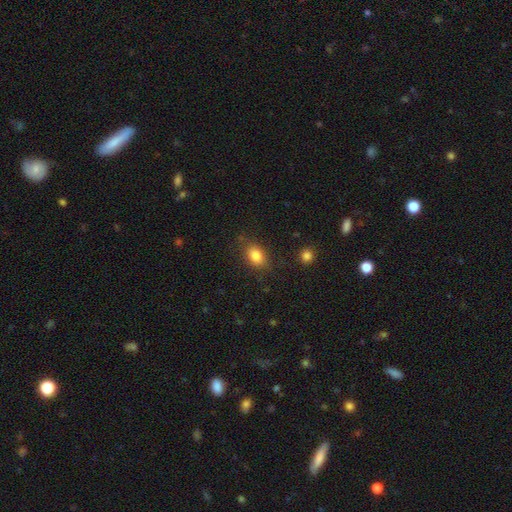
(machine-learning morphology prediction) Smooth or featured?
  - smooth: 84% *
  - star or artifact: 9%
  - featured or disk: 7%
How rounded?
  - in between: 78% *
  - round: 20%
  - cigar-shaped: 2%
Merging?
  - none: 79% *
  - minor disturbance: 14%
  - major disturbance: 4%
  - merger: 2%